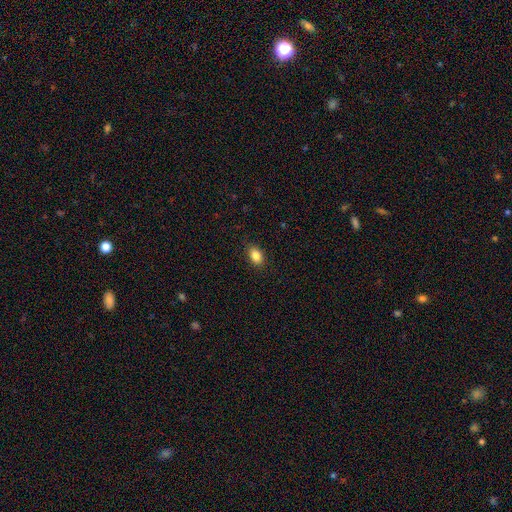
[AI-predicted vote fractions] A smooth galaxy with no disk features (86%) that is in between round and cigar-shaped (83%). Merging: none (88%).